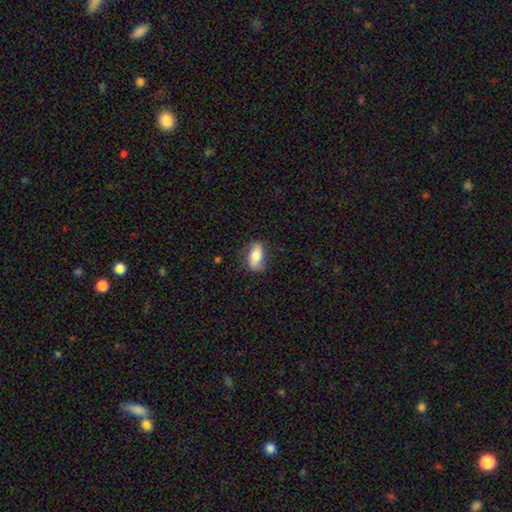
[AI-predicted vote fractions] smooth_or_featured: smooth (p=0.69) [alt: featured or disk p=0.24]
how_rounded: in between (p=0.88) [alt: cigar-shaped p=0.07]
merging: none (p=0.70) [alt: minor disturbance p=0.22]